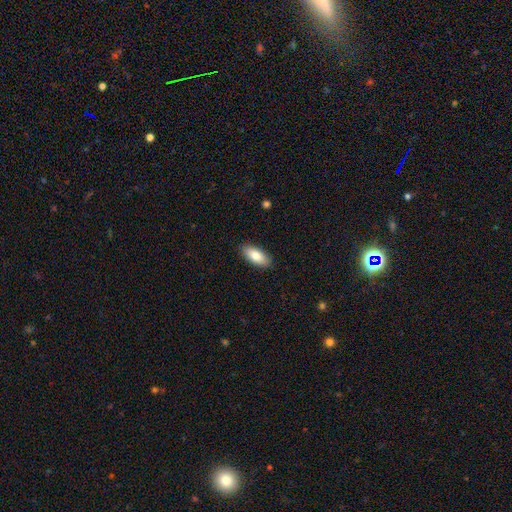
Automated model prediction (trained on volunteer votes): Morphology: type=smooth (81%); roundness=in between (85%); merging=none (89%).